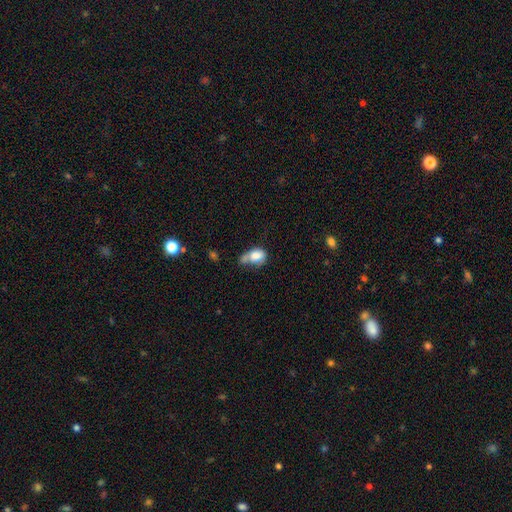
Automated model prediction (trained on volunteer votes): Q: Smooth or featured?
A: smooth (77%); runner-up: featured or disk (14%)
Q: How rounded?
A: in between (71%); runner-up: round (28%)
Q: Merging?
A: merger (30%); runner-up: minor disturbance (27%)